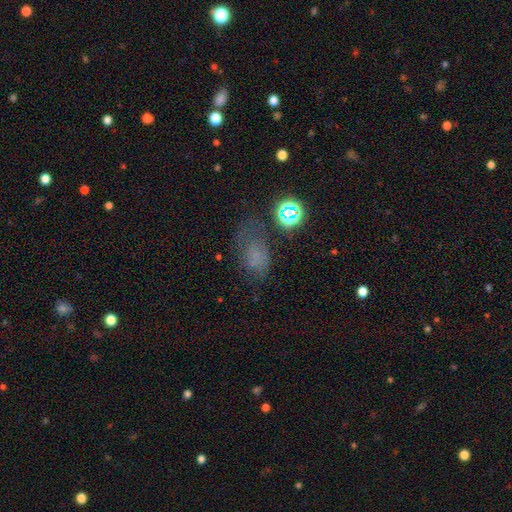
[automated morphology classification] Overall: smooth (54%; star or artifact 27%). How rounded: in between (77%). Merging: none (46%; minor disturbance 27%).